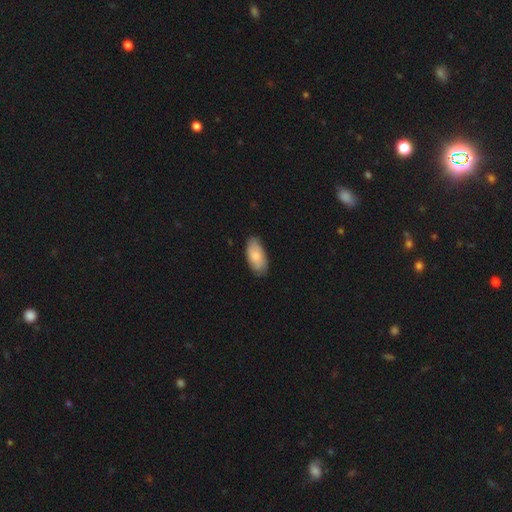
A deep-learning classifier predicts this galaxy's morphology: This is likely a smooth galaxy (79%). How rounded: clearly in between (92%). Merging: likely none (80%).